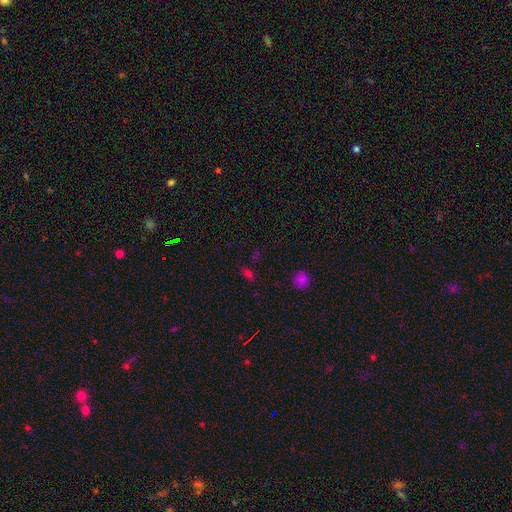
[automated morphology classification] Smooth or featured: smooth — 50% (star or artifact — 42%)
How rounded: in between — 64% (round — 31%)
Merging: none — 76% (minor disturbance — 12%)